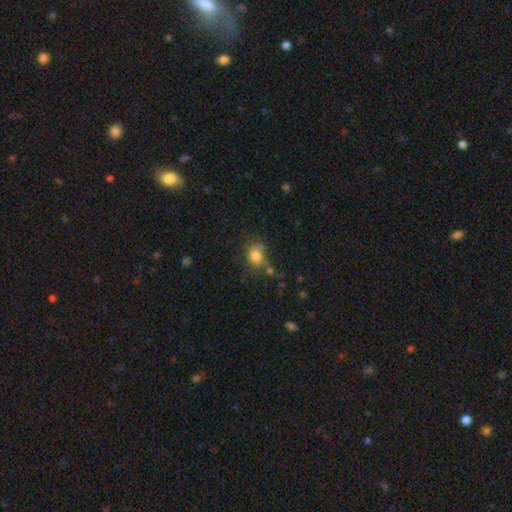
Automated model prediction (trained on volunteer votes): smooth-or-featured: smooth: 81% | star or artifact: 11% | featured or disk: 8%
  how-rounded: round: 55% | in between: 44% | cigar-shaped: 1%
  merging: none: 57% | minor disturbance: 23% | merger: 11% | major disturbance: 9%